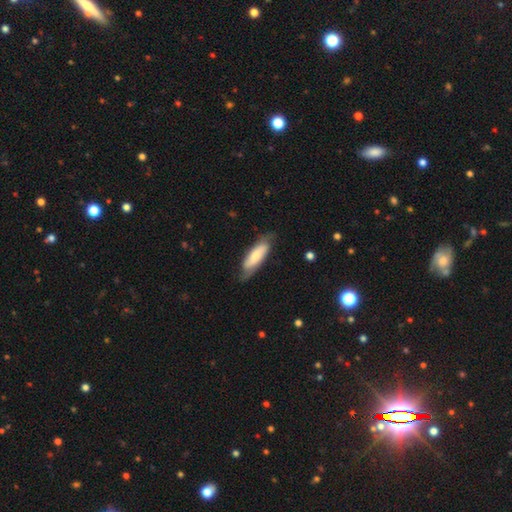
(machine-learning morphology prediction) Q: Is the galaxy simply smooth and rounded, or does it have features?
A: smooth — 59%.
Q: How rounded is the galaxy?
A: in between — 52%.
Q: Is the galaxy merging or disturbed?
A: none — 70%.